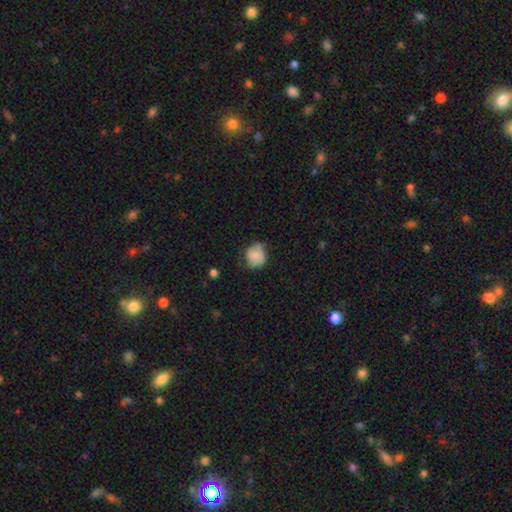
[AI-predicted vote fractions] Smooth or featured: smooth — 74% (featured or disk — 18%)
How rounded: round — 70% (in between — 29%)
Merging: none — 60% (minor disturbance — 30%)